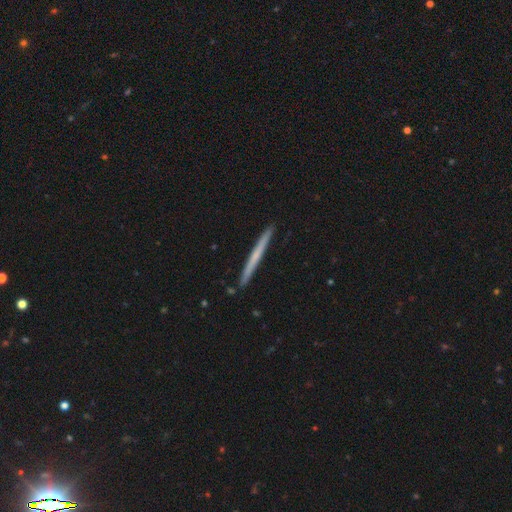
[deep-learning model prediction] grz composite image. It shows a featured or disk galaxy (49%). Merging: none (92%).